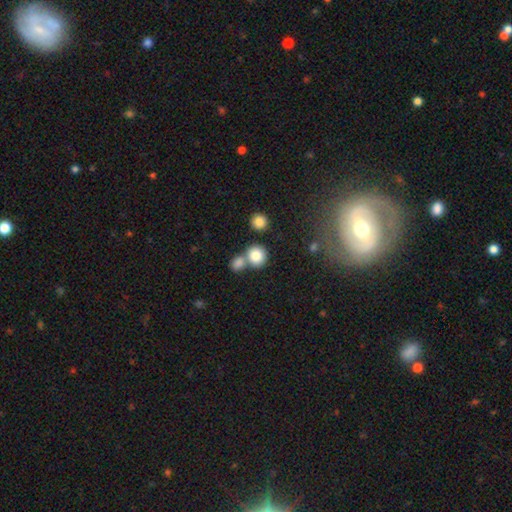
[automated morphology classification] Smooth or featured: smooth — 83% (star or artifact — 9%)
How rounded: round — 81% (in between — 17%)
Merging: none — 48% (merger — 40%)